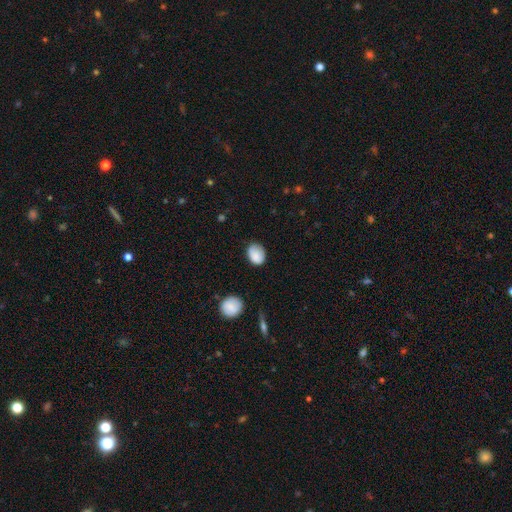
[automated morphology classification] Smooth or featured: smooth — 84% (star or artifact — 8%)
How rounded: in between — 62% (round — 37%)
Merging: none — 65% (minor disturbance — 27%)